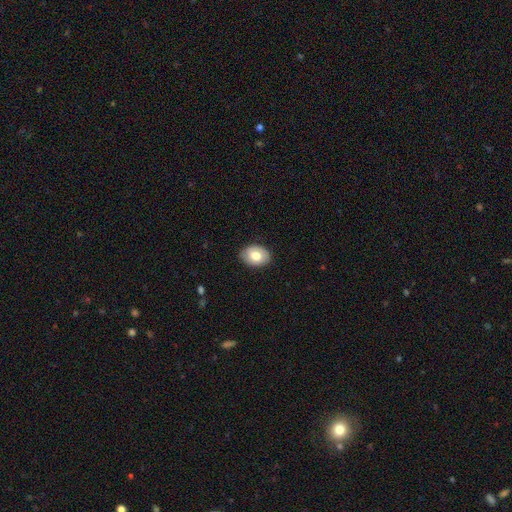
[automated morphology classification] smooth-or-featured: smooth: 74% | featured or disk: 19% | star or artifact: 7%
  how-rounded: in between: 76% | round: 24% | cigar-shaped: 1%
  merging: none: 86% | minor disturbance: 11% | major disturbance: 2% | merger: 1%